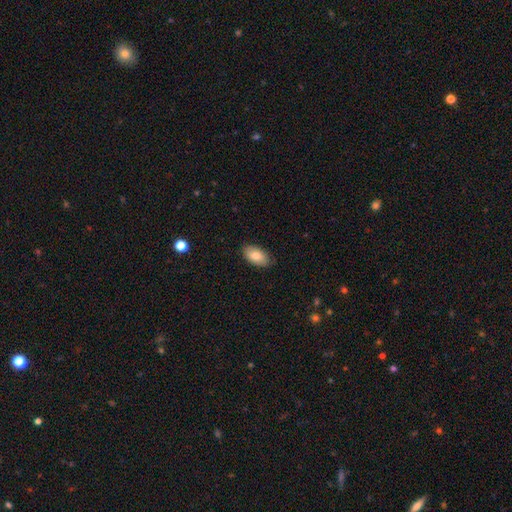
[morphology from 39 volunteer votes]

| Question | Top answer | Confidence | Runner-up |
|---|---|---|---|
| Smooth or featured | smooth | 74% | featured or disk (15%) |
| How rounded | in between | 97% | cigar-shaped (3%) |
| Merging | none | 86% | minor disturbance (11%) |